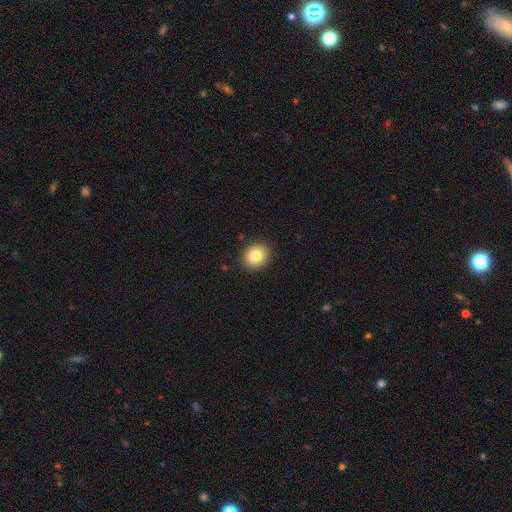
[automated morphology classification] Smooth or featured?
  - smooth: 83% *
  - star or artifact: 9%
  - featured or disk: 8%
How rounded?
  - round: 69% *
  - in between: 30%
  - cigar-shaped: 1%
Merging?
  - none: 91% *
  - minor disturbance: 6%
  - major disturbance: 2%
  - merger: 1%